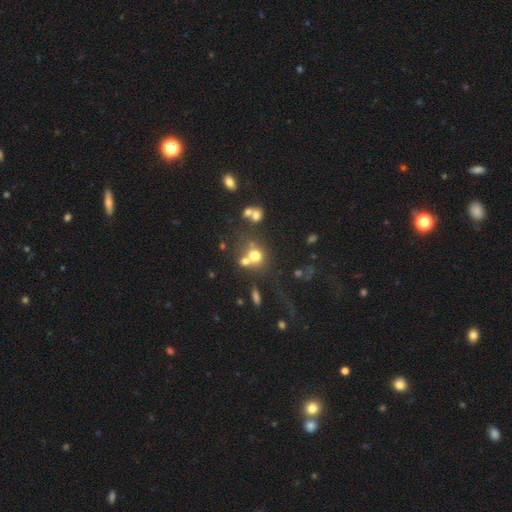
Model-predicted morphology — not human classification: Overall: smooth (65%). How rounded: round (77%). Merging: none (44%; merger 38%).